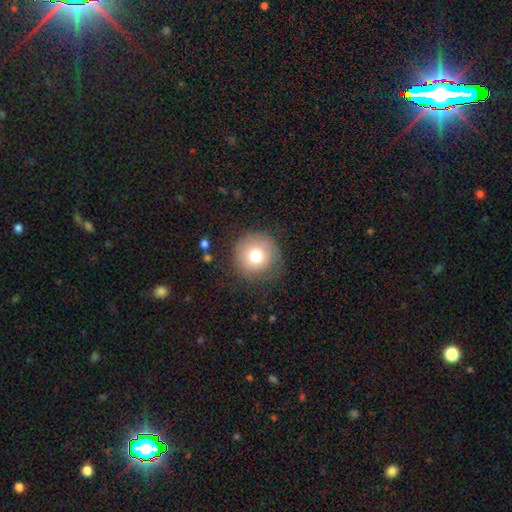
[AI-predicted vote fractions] Q: Smooth or featured?
A: smooth (76%); runner-up: featured or disk (14%)
Q: How rounded?
A: round (95%); runner-up: in between (4%)
Q: Merging?
A: none (78%); runner-up: minor disturbance (15%)